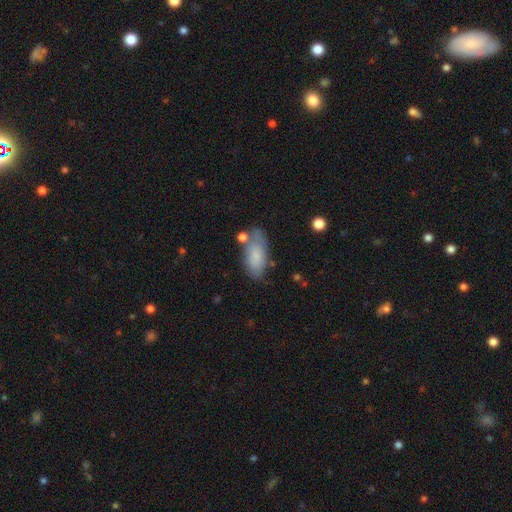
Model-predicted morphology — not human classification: This is likely a smooth galaxy (79%). How rounded: clearly in between (88%). Merging: possibly none (56%).